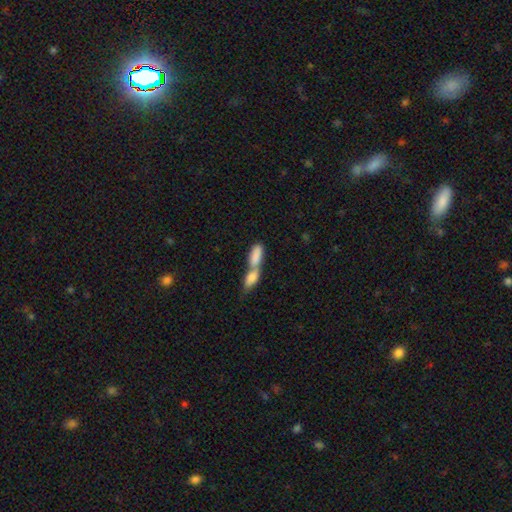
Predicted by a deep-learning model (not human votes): Smooth or featured? Predicted: smooth (p=0.80). How rounded? Predicted: in between (p=0.73). Merging? Predicted: merger (p=0.78).